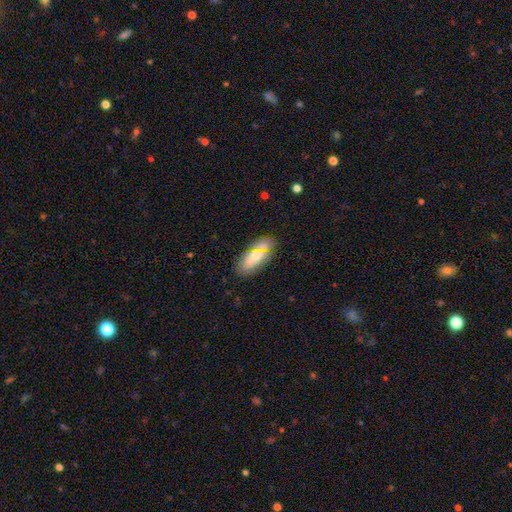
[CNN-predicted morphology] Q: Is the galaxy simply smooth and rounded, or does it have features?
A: smooth — 72%.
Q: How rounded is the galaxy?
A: in between — 85%.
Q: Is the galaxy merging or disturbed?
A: none — 83%.